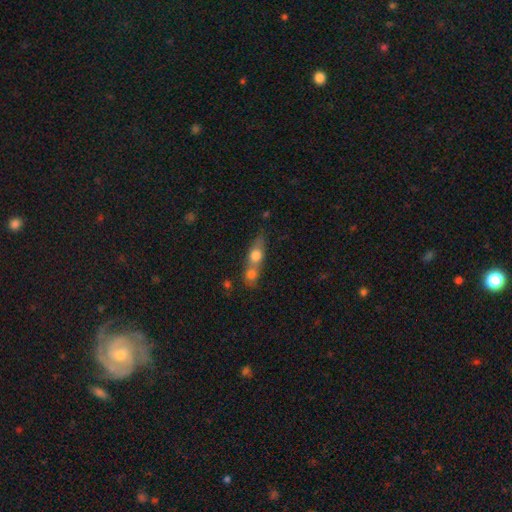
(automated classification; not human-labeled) This appears to be a smooth galaxy with no disk features (66%) that is in between round and cigar-shaped (46%). Merging: merger (64%).